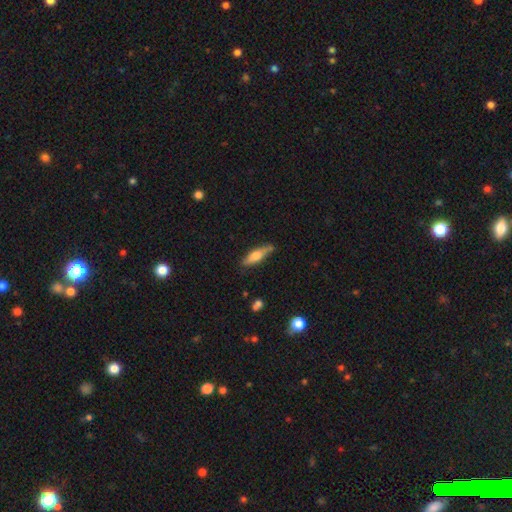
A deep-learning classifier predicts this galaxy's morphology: Smooth or featured? smooth (58%)
How rounded? cigar-shaped (61%)
Merging? none (74%)